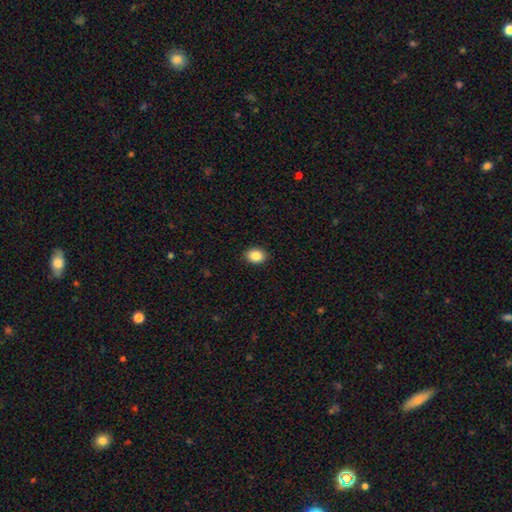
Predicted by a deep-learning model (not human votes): Smooth or featured? smooth (87%)
How rounded? in between (63%)
Merging? none (91%)